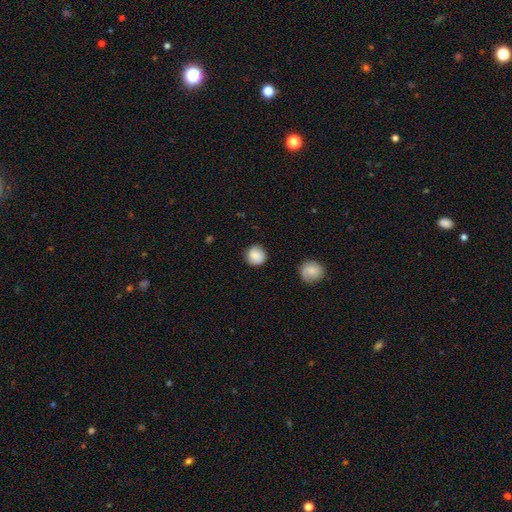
Smooth or featured?
  - smooth: 77% *
  - featured or disk: 21%
  - star or artifact: 3%
How rounded?
  - round: 97% *
  - in between: 3%
  - cigar-shaped: 0%
Merging?
  - none: 84% *
  - minor disturbance: 8%
  - major disturbance: 5%
  - merger: 3%